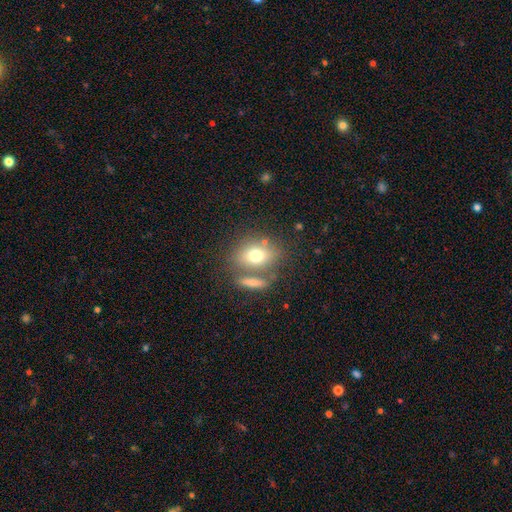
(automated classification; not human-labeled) A smooth galaxy with no disk features (73%) that is in between round and cigar-shaped (62%).

Vote fractions:
- Smooth or featured? smooth: 73% / featured or disk: 18% / star or artifact: 10%
- How rounded? in between: 62% / round: 34% / cigar-shaped: 3%
- Merging? none: 59% / merger: 23% / minor disturbance: 13% / major disturbance: 6%